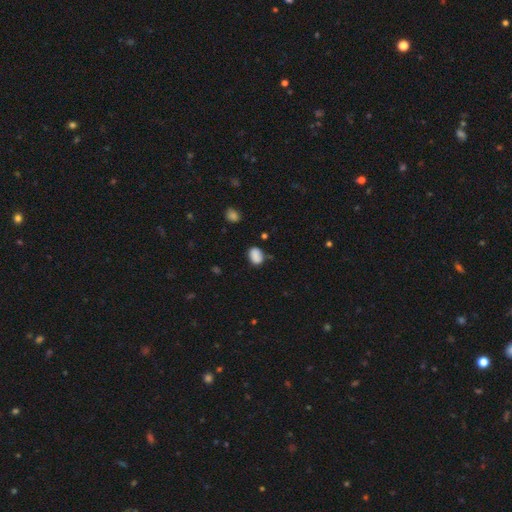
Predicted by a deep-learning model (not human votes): Smooth or featured? smooth (84%)
How rounded? in between (72%)
Merging? none (70%)